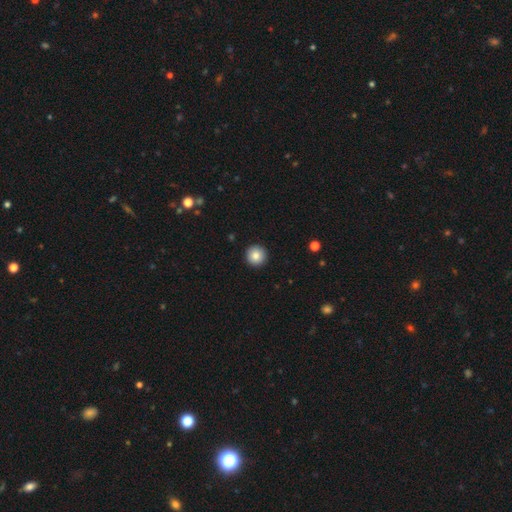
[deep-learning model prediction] smooth 84%, star or artifact 9%, featured or disk 7%. Down the decision tree: how rounded — round (96%); merging — none (93%).